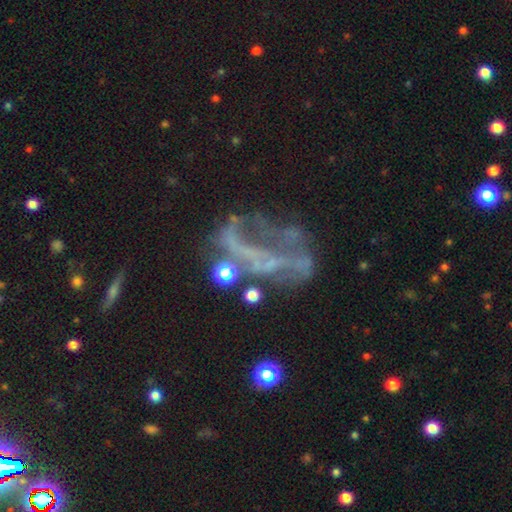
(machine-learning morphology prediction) featured or disk 60%, star or artifact 25%, smooth 15%. Down the decision tree: edge-on disk — no (92%); bar — no (66%); spiral arms — no (70%); bulge size — none (78%); merging — major disturbance (37%).